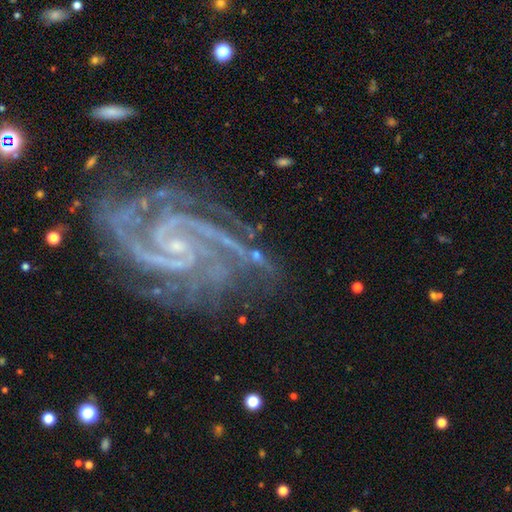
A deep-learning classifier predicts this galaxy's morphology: The model was most divided on "bar": no: 45%, weak: 38%, strong: 18%. Remaining: spiral arms — yes (99%); edge-on disk — no (98%); smooth or featured — featured or disk (92%); bulge size — small (80%); merging — none (65%); spiral winding — tight (61%); spiral arm count — 2 (44%).